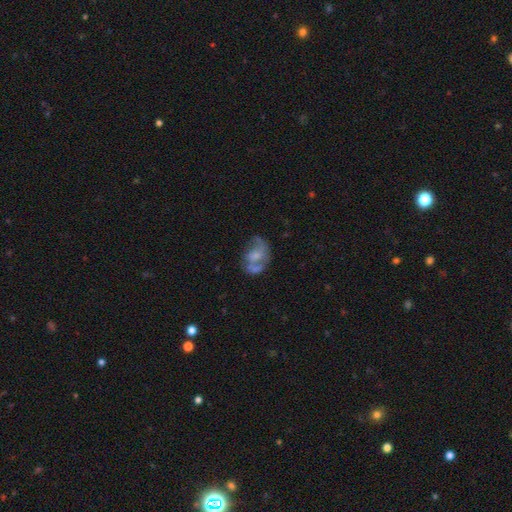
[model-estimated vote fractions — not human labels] Overall: featured or disk (61%; smooth 30%). Edge-on disk: no (97%). Bar: no (64%; weak 29%). Spiral arms: yes (59%; no 41%). Bulge size: none (33%; small 29%). Merging: none (37%; major disturbance 25%).